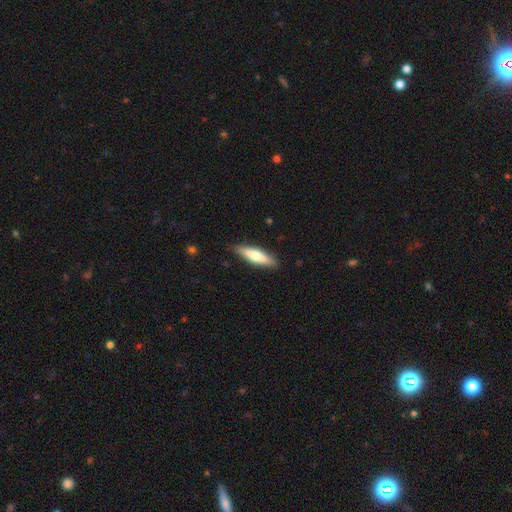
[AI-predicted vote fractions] smooth-or-featured: smooth: 63% | featured or disk: 32% | star or artifact: 5%
  how-rounded: cigar-shaped: 70% | in between: 28% | round: 2%
  merging: none: 86% | minor disturbance: 11% | major disturbance: 2% | merger: 1%